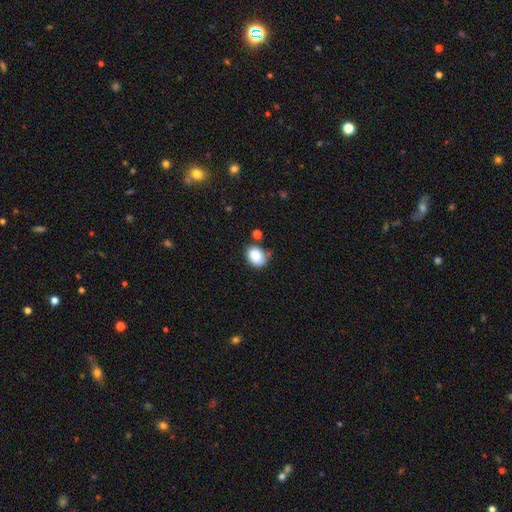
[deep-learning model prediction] Overall: smooth (87%). How rounded: in between (61%; round 38%). Merging: none (68%).